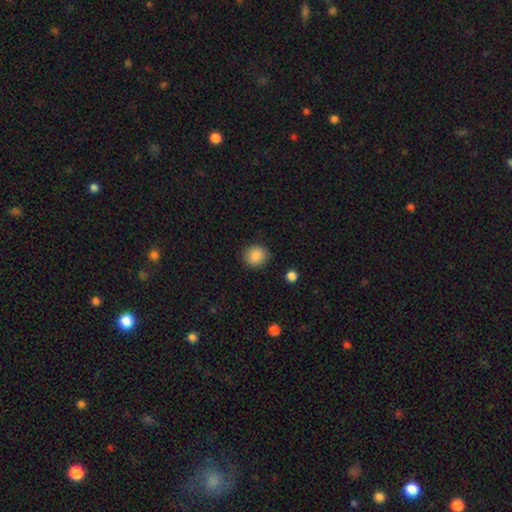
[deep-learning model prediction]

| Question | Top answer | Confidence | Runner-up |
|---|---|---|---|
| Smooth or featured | smooth | 88% | star or artifact (9%) |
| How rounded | round | 86% | in between (13%) |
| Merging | none | 88% | minor disturbance (8%) |